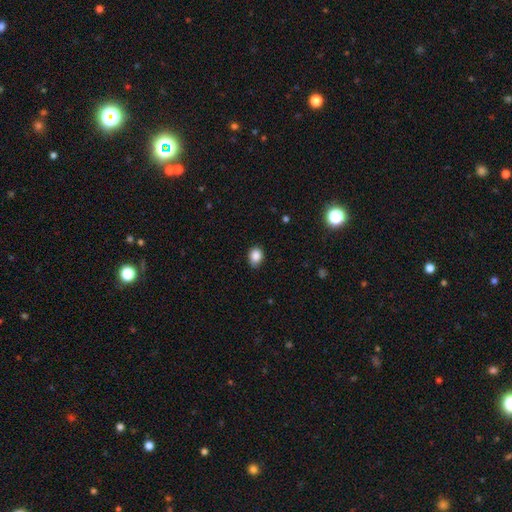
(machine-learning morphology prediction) Smooth or featured? Predicted: smooth (p=0.87). How rounded? Predicted: in between (p=0.57). Merging? Predicted: none (p=0.78).